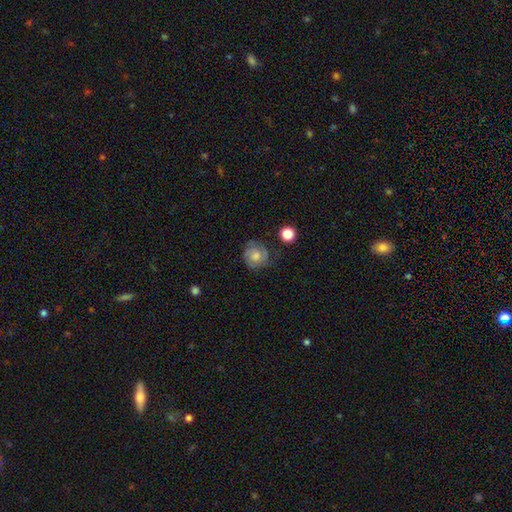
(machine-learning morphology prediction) Q: Smooth or featured?
A: featured or disk (48%); runner-up: smooth (42%)
Q: Merging?
A: none (71%); runner-up: minor disturbance (19%)